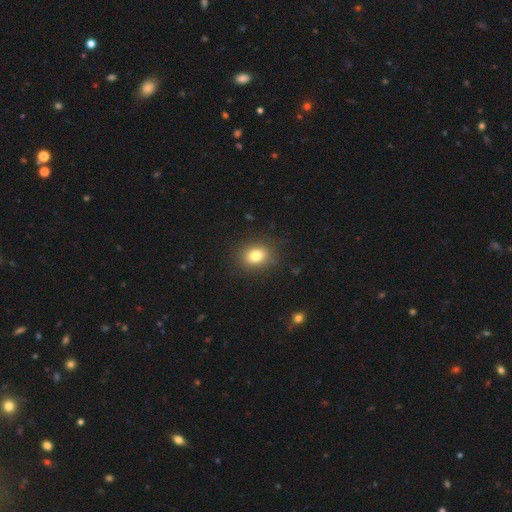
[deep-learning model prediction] Q: Smooth or featured?
A: smooth (81%); runner-up: star or artifact (11%)
Q: How rounded?
A: round (50%); runner-up: in between (49%)
Q: Merging?
A: none (87%); runner-up: minor disturbance (9%)